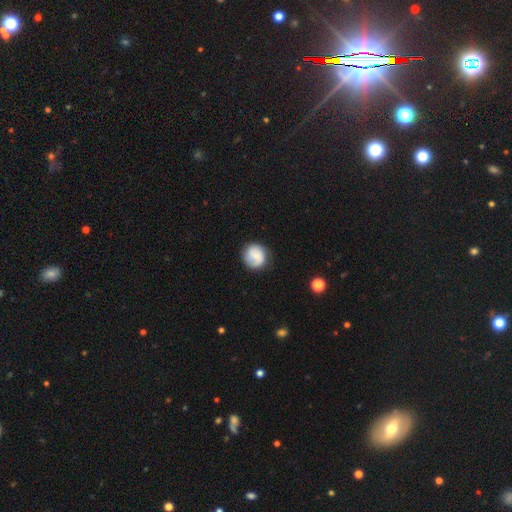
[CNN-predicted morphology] The model was most divided on "smooth or featured": smooth: 67%, featured or disk: 26%, star or artifact: 7%. More confident: how rounded — round (87%); merging — none (77%).